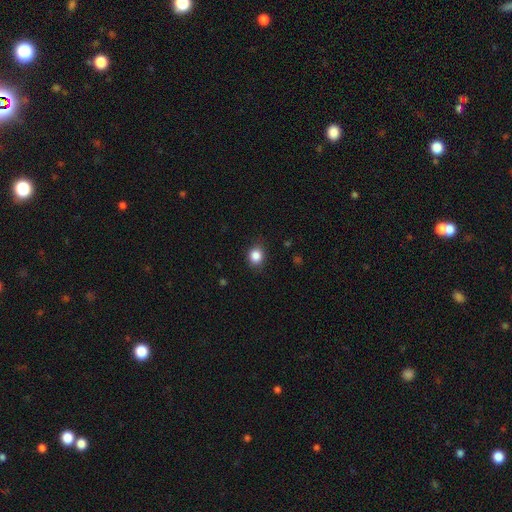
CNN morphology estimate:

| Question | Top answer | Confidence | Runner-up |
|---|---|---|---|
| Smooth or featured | smooth | 86% | star or artifact (10%) |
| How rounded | round | 69% | in between (30%) |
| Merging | none | 84% | minor disturbance (12%) |